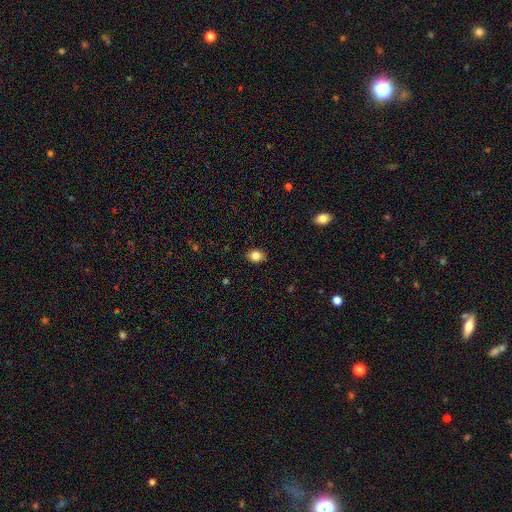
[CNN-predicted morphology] Smooth or featured?
  - smooth: 83% *
  - star or artifact: 10%
  - featured or disk: 7%
How rounded?
  - in between: 62% *
  - round: 37%
  - cigar-shaped: 1%
Merging?
  - none: 88% *
  - minor disturbance: 9%
  - major disturbance: 2%
  - merger: 1%